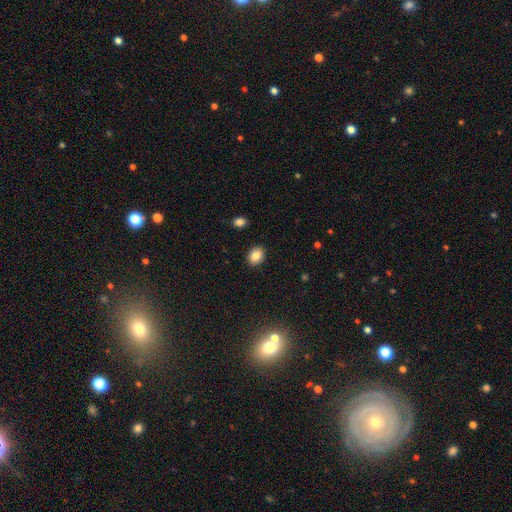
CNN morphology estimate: This appears to be a smooth galaxy with no disk features (85%) that is in between round and cigar-shaped (55%). Merging: none (90%).